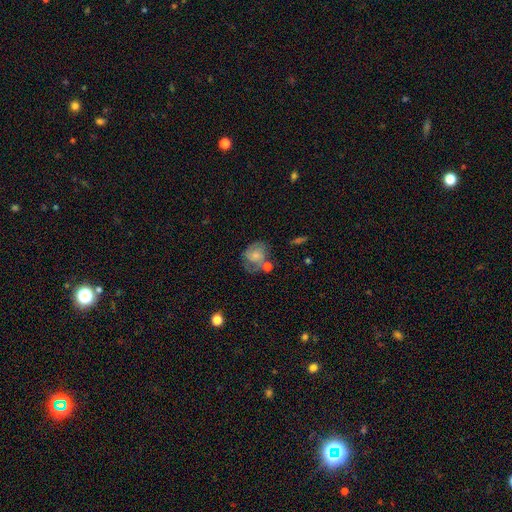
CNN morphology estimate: smooth_or_featured: featured or disk (p=0.57) [alt: smooth p=0.34]
disk_edge_on: no (p=0.97) [alt: yes p=0.03]
bar: no (p=0.67) [alt: weak p=0.28]
has_spiral_arms: yes (p=0.85) [alt: no p=0.15]
bulge_size: small (p=0.50) [alt: moderate p=0.32]
merging: none (p=0.50) [alt: minor disturbance p=0.23]